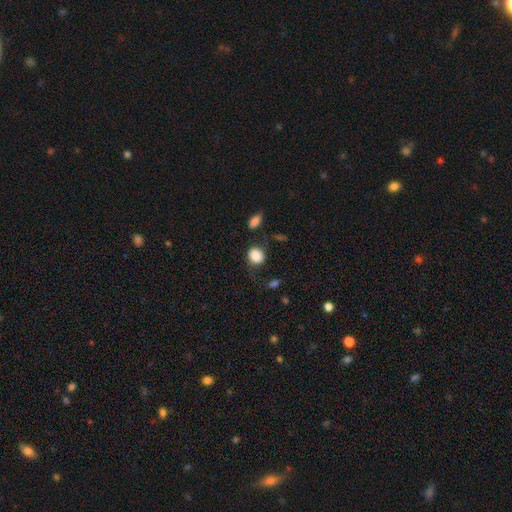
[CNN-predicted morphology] smooth 85%, star or artifact 8%, featured or disk 6%. Down the decision tree: how rounded — round (67%); merging — none (62%).